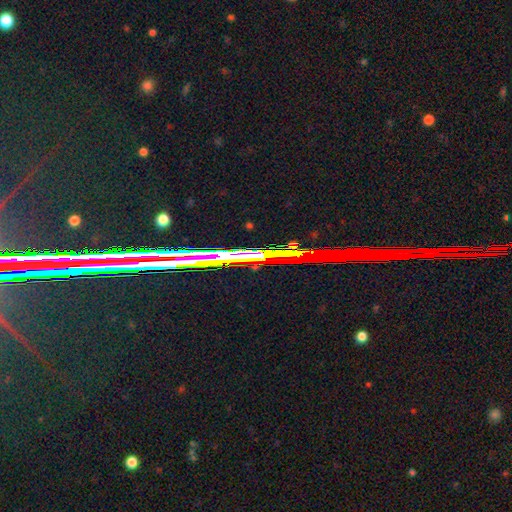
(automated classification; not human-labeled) smooth-or-featured: star or artifact: 78% | featured or disk: 14% | smooth: 8%